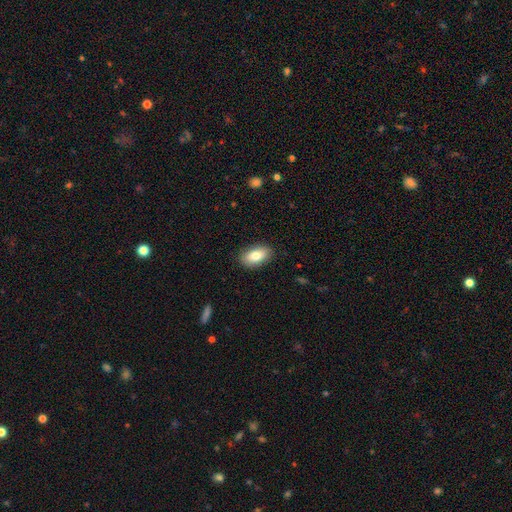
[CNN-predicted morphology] This appears to be a smooth galaxy with no disk features (82%) that is in between round and cigar-shaped (92%). Merging: none (88%).